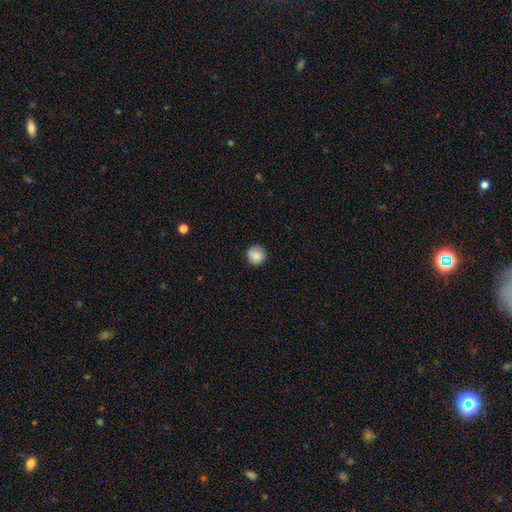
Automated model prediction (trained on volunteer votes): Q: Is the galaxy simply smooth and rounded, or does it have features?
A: smooth — 87%.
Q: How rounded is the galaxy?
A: round — 94%.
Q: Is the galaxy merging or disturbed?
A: none — 89%.